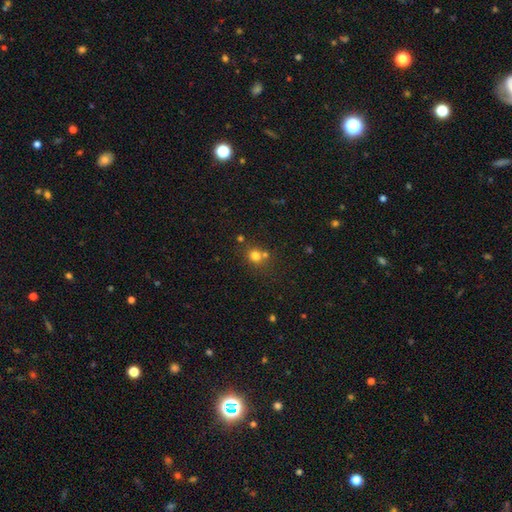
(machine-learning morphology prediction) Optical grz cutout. It shows a smooth galaxy with no disk features (75%) that is round (82%). Merging: none (58%).